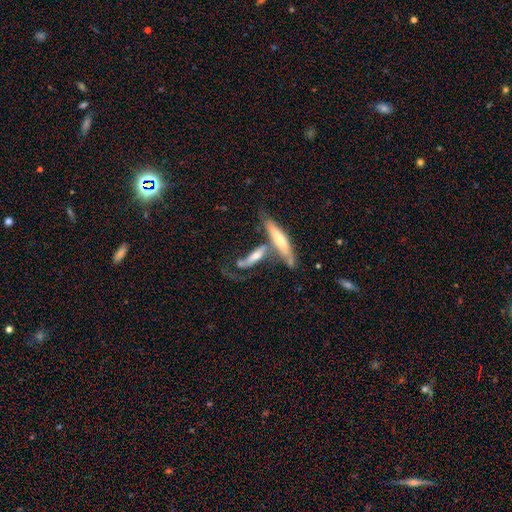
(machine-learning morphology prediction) A featured or disk galaxy (56%) viewed edge-on (61%).

Vote fractions:
- Smooth or featured? featured or disk: 56% / smooth: 37% / star or artifact: 7%
- Edge-on disk? yes: 61% / no: 39%
- Merging? merger: 47% / none: 30% / minor disturbance: 13% / major disturbance: 10%